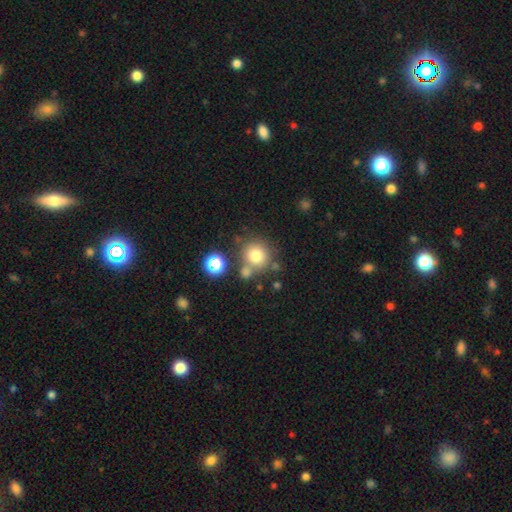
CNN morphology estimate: Smooth or featured?
  - smooth: 75% *
  - star or artifact: 14%
  - featured or disk: 11%
How rounded?
  - round: 90% *
  - in between: 10%
  - cigar-shaped: 1%
Merging?
  - none: 66% *
  - merger: 19%
  - minor disturbance: 10%
  - major disturbance: 4%